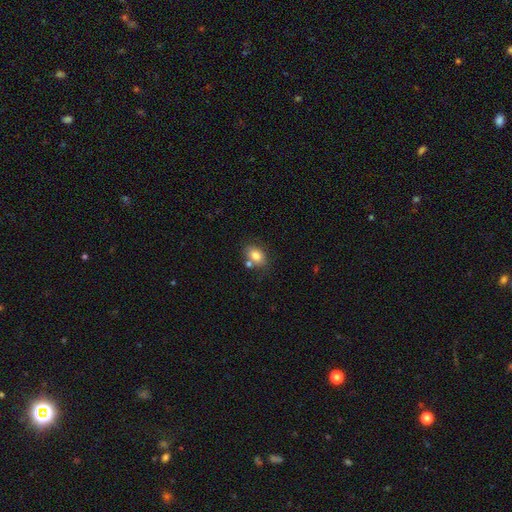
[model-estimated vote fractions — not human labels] Smooth or featured? Predicted: smooth (p=0.79). How rounded? Predicted: in between (p=0.79). Merging? Predicted: none (p=0.63).